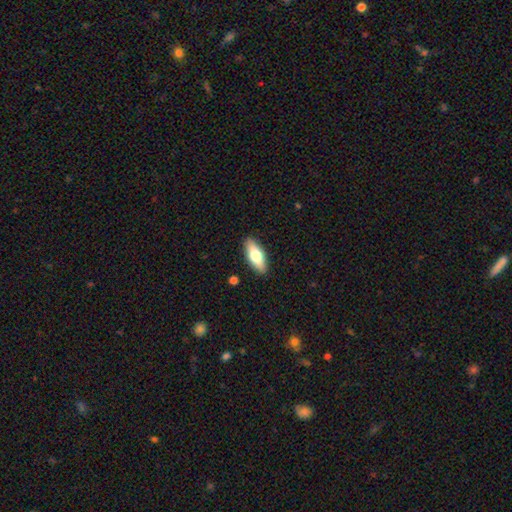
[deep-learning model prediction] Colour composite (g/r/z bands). It shows a smooth galaxy with no disk features (62%) that is in between round and cigar-shaped (71%). Merging: none (89%).